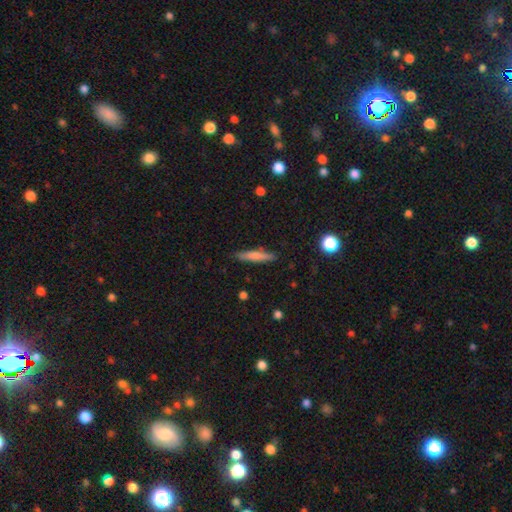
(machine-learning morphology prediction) Smooth or featured?
  - smooth: 70% *
  - featured or disk: 23%
  - star or artifact: 7%
How rounded?
  - cigar-shaped: 90% *
  - in between: 8%
  - round: 2%
Merging?
  - none: 87% *
  - minor disturbance: 10%
  - major disturbance: 2%
  - merger: 2%